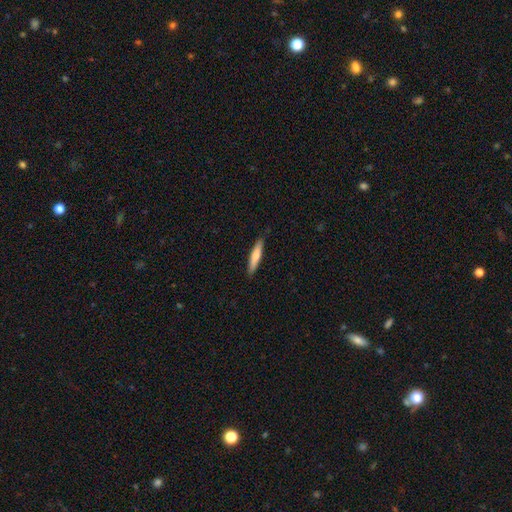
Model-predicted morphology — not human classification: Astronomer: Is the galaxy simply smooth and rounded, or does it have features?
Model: smooth — 67%.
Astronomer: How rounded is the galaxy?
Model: cigar-shaped — 88%.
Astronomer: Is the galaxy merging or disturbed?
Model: none — 89%.